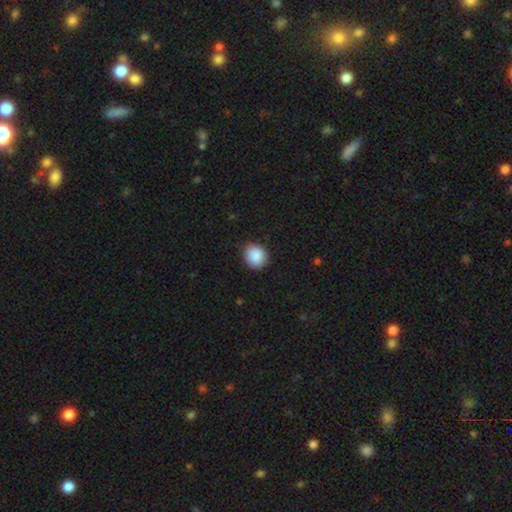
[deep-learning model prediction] Smooth or featured? smooth (89%)
How rounded? round (80%)
Merging? none (84%)